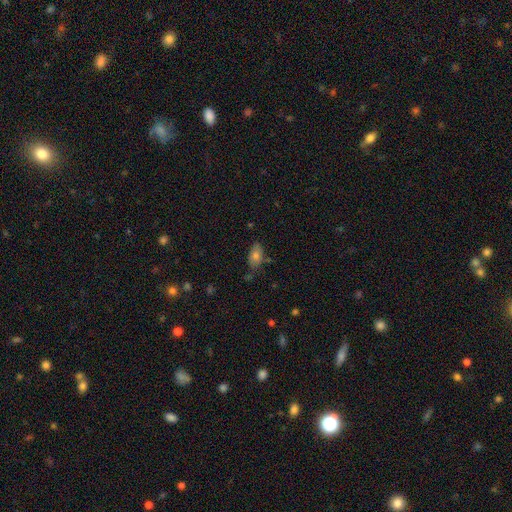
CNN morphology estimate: smooth-or-featured: smooth: 75% | featured or disk: 15% | star or artifact: 9%
  how-rounded: in between: 90% | cigar-shaped: 6% | round: 5%
  merging: none: 70% | minor disturbance: 20% | merger: 6% | major disturbance: 4%